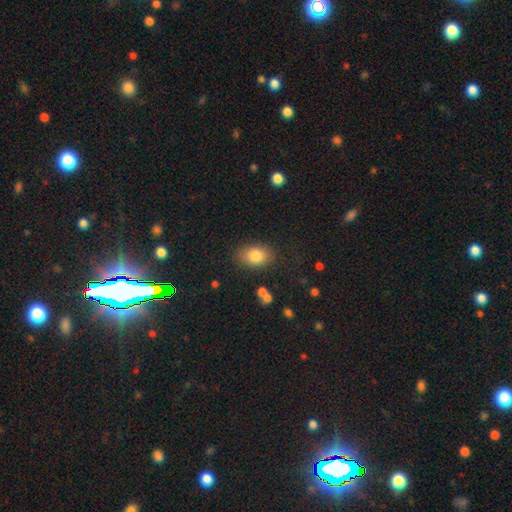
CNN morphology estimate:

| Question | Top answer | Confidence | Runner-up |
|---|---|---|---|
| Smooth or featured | smooth | 82% | featured or disk (9%) |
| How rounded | in between | 80% | round (19%) |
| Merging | none | 81% | minor disturbance (13%) |